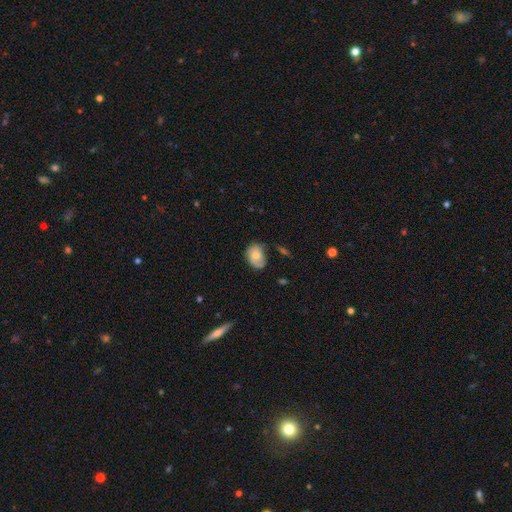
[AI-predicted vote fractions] Q: Smooth or featured?
A: smooth (60%); runner-up: featured or disk (33%)
Q: How rounded?
A: in between (74%); runner-up: round (25%)
Q: Merging?
A: none (55%); runner-up: minor disturbance (32%)